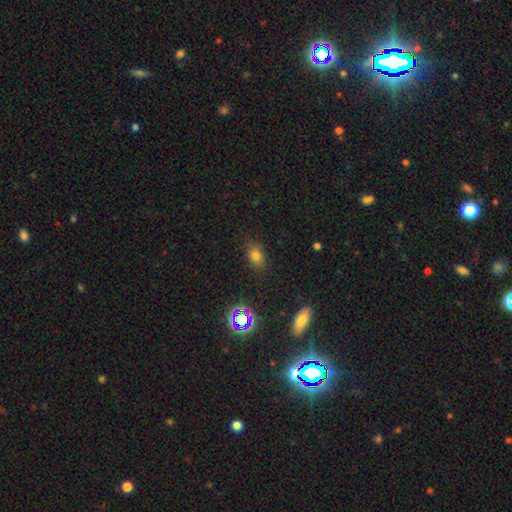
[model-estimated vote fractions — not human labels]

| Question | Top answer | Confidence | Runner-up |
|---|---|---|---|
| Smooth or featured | smooth | 71% | star or artifact (20%) |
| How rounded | in between | 79% | round (19%) |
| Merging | none | 82% | minor disturbance (13%) |